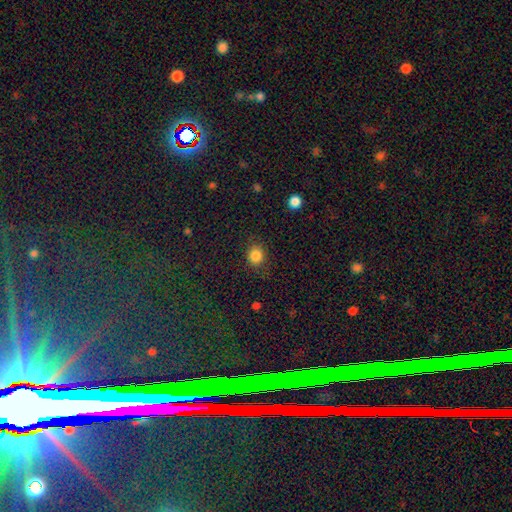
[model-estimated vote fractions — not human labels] A smooth galaxy with no disk features (86%) that is round (74%). Merging: none (83%).